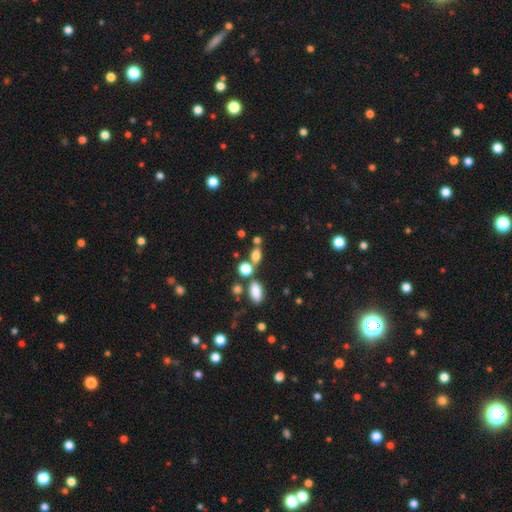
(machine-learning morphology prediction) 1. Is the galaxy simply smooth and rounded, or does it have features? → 73% smooth, 15% star or artifact, 11% featured or disk.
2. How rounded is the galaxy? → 63% in between, 30% round, 7% cigar-shaped.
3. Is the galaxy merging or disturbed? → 55% none, 28% merger, 12% minor disturbance, 6% major disturbance.